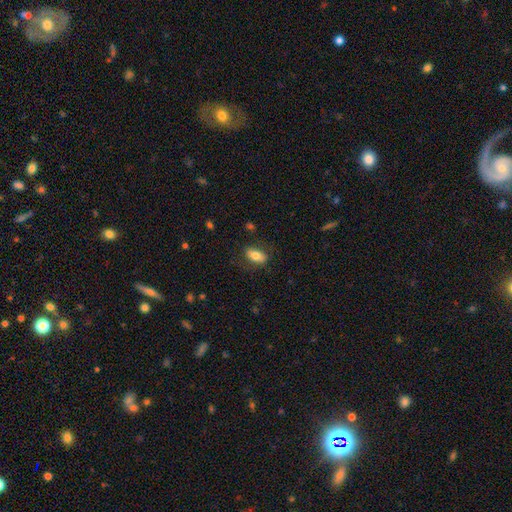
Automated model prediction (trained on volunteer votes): This appears to be a smooth galaxy with no disk features (73%) that is in between round and cigar-shaped (86%). Merging: none (79%).